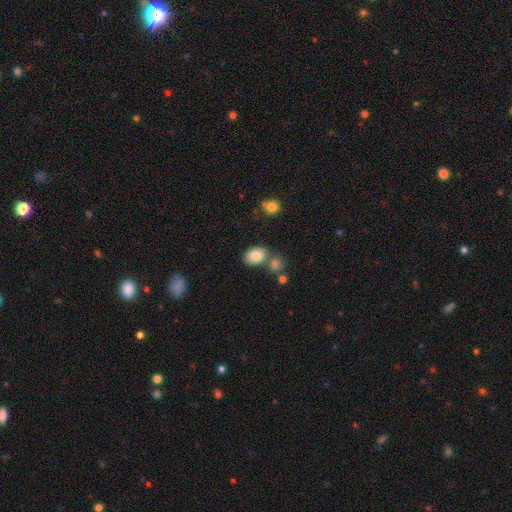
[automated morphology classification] Smooth or featured? smooth (83%)
How rounded? in between (77%)
Merging? none (61%)